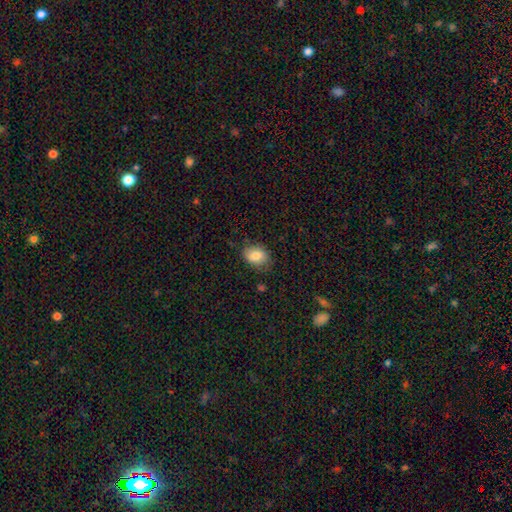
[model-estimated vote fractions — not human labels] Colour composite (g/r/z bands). It shows a smooth galaxy with no disk features (81%) that is in between round and cigar-shaped (71%). Merging: none (76%).